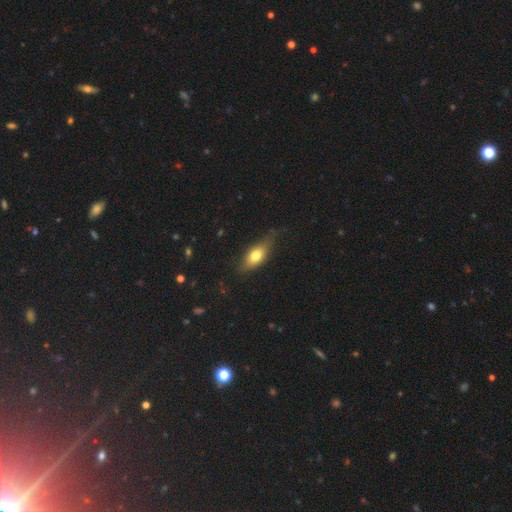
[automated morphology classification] A smooth galaxy with no disk features (72%) that is in between round and cigar-shaped (80%). Merging: none (60%).